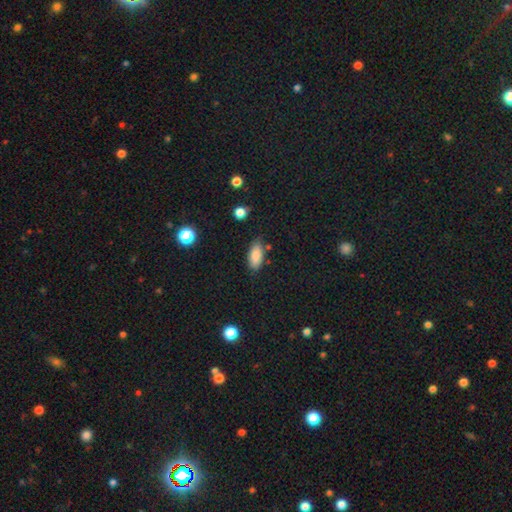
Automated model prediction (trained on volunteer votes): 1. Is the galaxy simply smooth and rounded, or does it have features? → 86% smooth, 8% star or artifact, 6% featured or disk.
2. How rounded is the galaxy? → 86% in between, 12% cigar-shaped, 3% round.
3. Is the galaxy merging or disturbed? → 77% none, 17% minor disturbance, 3% major disturbance, 3% merger.